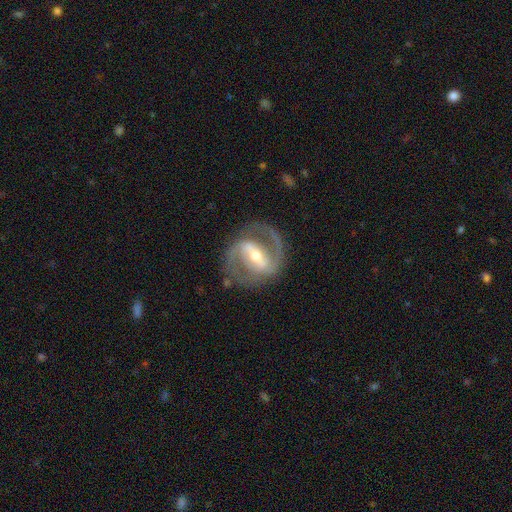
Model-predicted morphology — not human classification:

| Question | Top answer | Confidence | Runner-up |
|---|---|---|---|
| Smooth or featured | featured or disk | 90% | smooth (6%) |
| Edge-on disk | no | 97% | yes (3%) |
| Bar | strong | 63% | weak (28%) |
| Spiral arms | yes | 95% | no (5%) |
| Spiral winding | medium | 58% | tight (27%) |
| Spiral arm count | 2 | 91% | can't tell (3%) |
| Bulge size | moderate | 60% | small (33%) |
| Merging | none | 81% | minor disturbance (12%) |